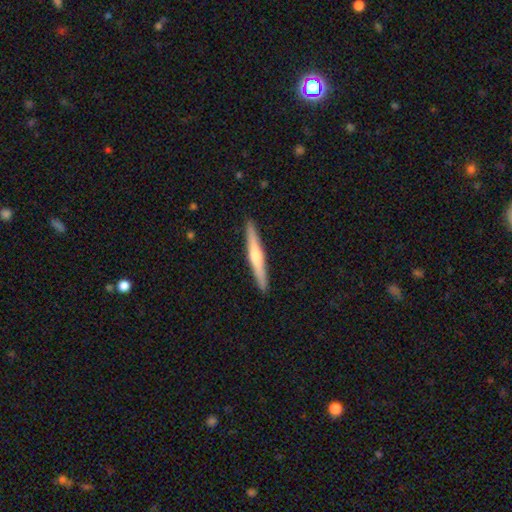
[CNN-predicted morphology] Smooth or featured? featured or disk (56%)
Edge-on disk? yes (97%)
Edge-on bulge? rounded (80%)
Merging? none (92%)